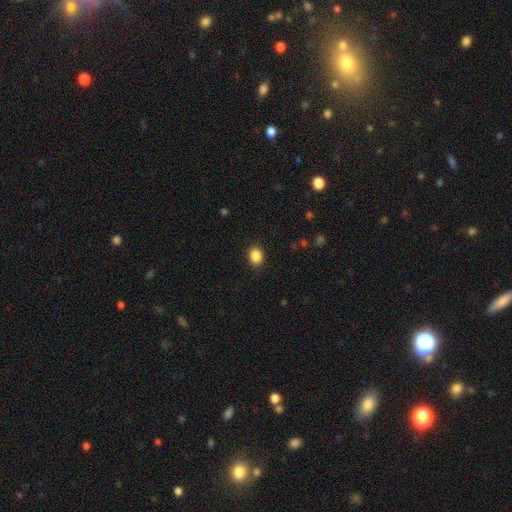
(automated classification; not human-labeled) Q: Smooth or featured?
A: smooth (87%); runner-up: star or artifact (9%)
Q: How rounded?
A: in between (64%); runner-up: round (35%)
Q: Merging?
A: none (89%); runner-up: minor disturbance (7%)